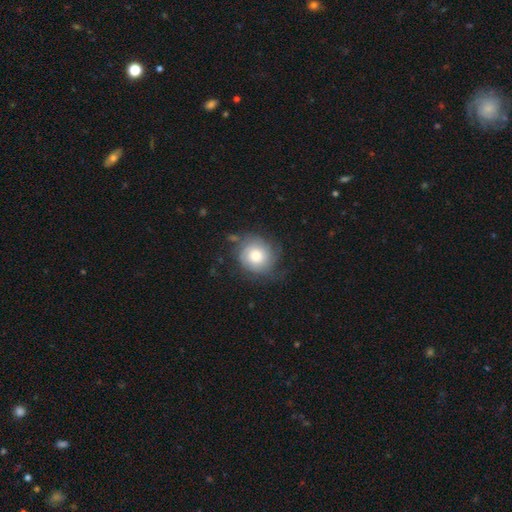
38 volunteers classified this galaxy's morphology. Overall: featured or disk (71%). Edge-on disk: no (96%). Bar: no (73%). Spiral arms: yes (92%). Spiral arm count: can't tell (33%; 4 25%). Spiral winding: tight (54%; medium 25%). Bulge size: moderate (65%). Merging: none (80%).